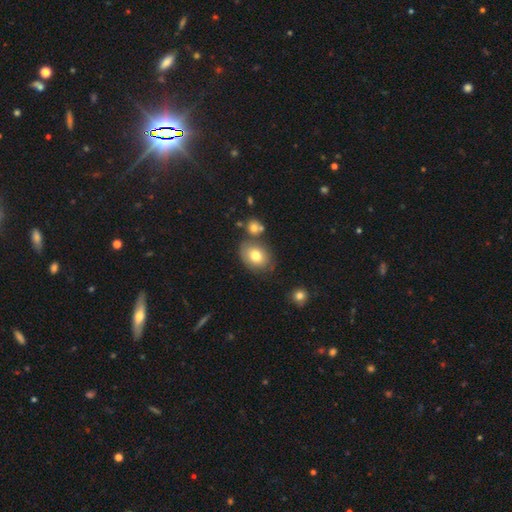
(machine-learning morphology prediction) Smooth or featured: smooth — 76% (featured or disk — 16%)
How rounded: in between — 68% (round — 31%)
Merging: none — 65% (minor disturbance — 16%)